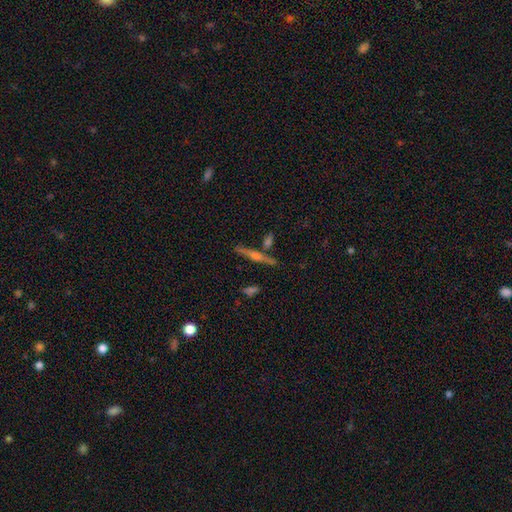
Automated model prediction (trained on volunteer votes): Smooth or featured? featured or disk (73%)
Edge-on disk? yes (97%)
Edge-on bulge? rounded (83%)
Merging? none (81%)